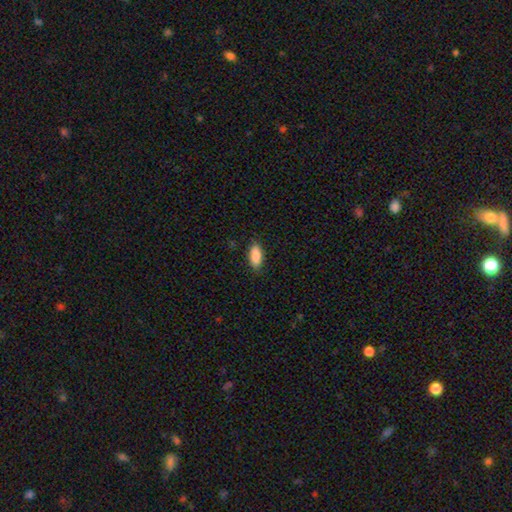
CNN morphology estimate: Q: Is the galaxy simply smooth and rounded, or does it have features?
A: smooth — 88%.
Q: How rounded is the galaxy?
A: in between — 83%.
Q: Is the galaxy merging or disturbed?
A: none — 87%.